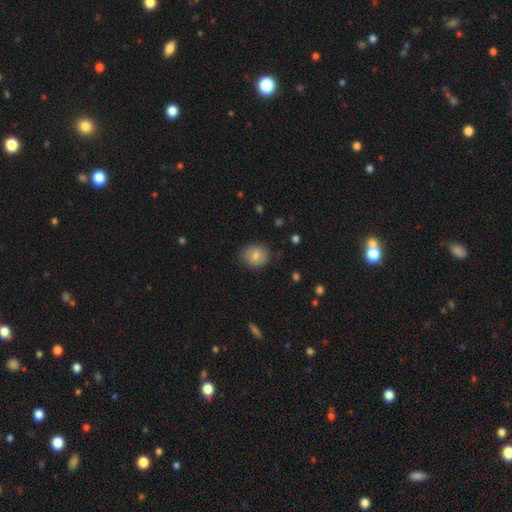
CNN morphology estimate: Q: Smooth or featured?
A: smooth (74%); runner-up: featured or disk (18%)
Q: How rounded?
A: round (74%); runner-up: in between (25%)
Q: Merging?
A: none (81%); runner-up: minor disturbance (14%)